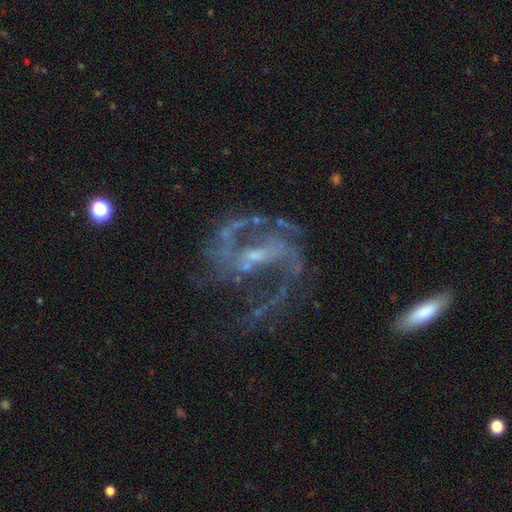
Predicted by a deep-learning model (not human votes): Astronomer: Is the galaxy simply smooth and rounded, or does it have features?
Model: featured or disk — 88%.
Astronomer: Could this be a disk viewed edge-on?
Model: no — 98%.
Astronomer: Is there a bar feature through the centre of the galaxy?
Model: weak — 46% (runner-up: strong, 31%).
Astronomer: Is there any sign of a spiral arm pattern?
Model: yes — 93%.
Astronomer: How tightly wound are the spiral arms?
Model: medium — 49% (runner-up: loose, 38%).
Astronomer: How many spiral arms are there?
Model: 2 — 71%.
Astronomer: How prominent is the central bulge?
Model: small — 62%.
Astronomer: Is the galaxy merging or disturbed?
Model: none — 49% (runner-up: major disturbance, 29%).